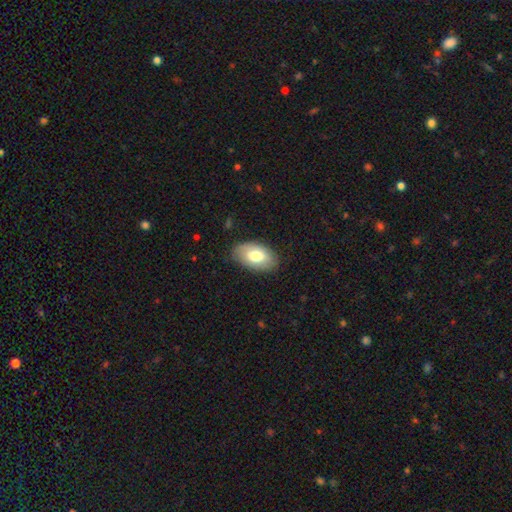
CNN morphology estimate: A smooth galaxy with no disk features (73%) that is in between round and cigar-shaped (94%). Merging: none (81%).